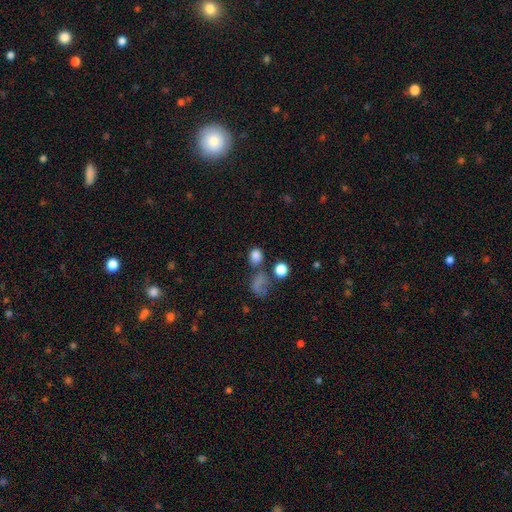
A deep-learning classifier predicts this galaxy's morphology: type=smooth (80%); roundness=round (62%); merging=none (60%).